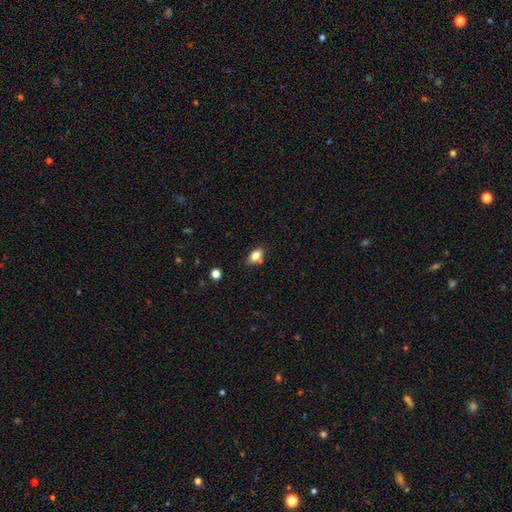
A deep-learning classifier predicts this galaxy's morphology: This appears to be a smooth galaxy with no disk features (81%) that is in between round and cigar-shaped (84%). Merging: none (71%).